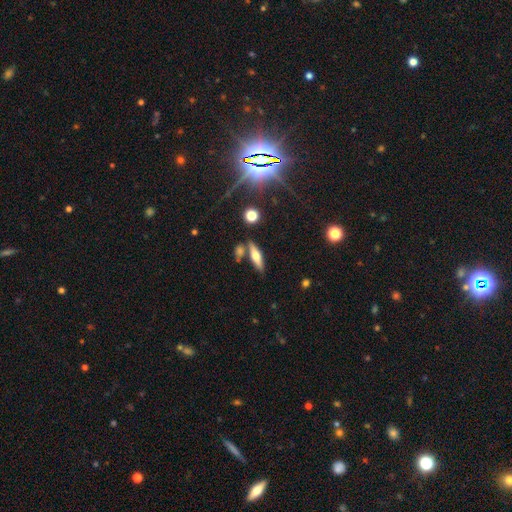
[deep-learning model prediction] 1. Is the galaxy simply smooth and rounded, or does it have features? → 51% smooth, 39% featured or disk, 9% star or artifact.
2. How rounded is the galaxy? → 60% cigar-shaped, 36% in between, 3% round.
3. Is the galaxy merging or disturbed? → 71% none, 14% merger, 11% minor disturbance, 3% major disturbance.